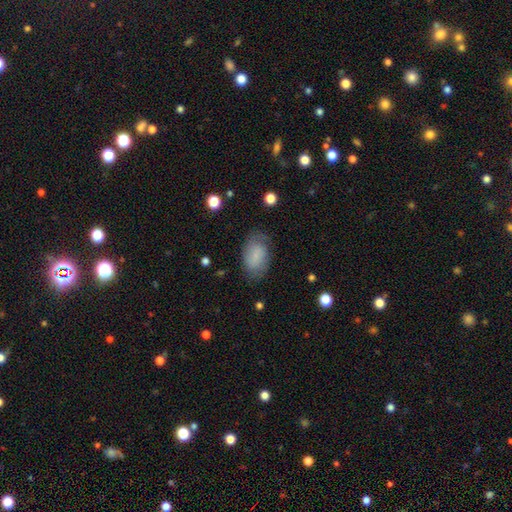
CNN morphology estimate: Smooth or featured?
  - smooth: 71% *
  - featured or disk: 21%
  - star or artifact: 8%
How rounded?
  - in between: 90% *
  - round: 9%
  - cigar-shaped: 2%
Merging?
  - none: 71% *
  - minor disturbance: 20%
  - major disturbance: 7%
  - merger: 1%